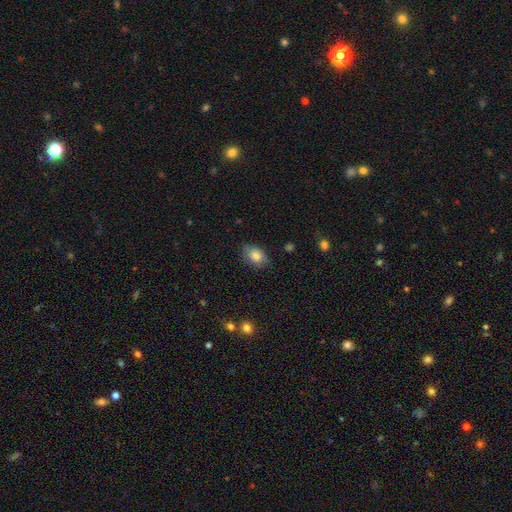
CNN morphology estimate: Smooth or featured?
  - smooth: 84% *
  - featured or disk: 8%
  - star or artifact: 8%
How rounded?
  - in between: 81% *
  - round: 18%
  - cigar-shaped: 1%
Merging?
  - none: 75% *
  - minor disturbance: 20%
  - major disturbance: 4%
  - merger: 1%